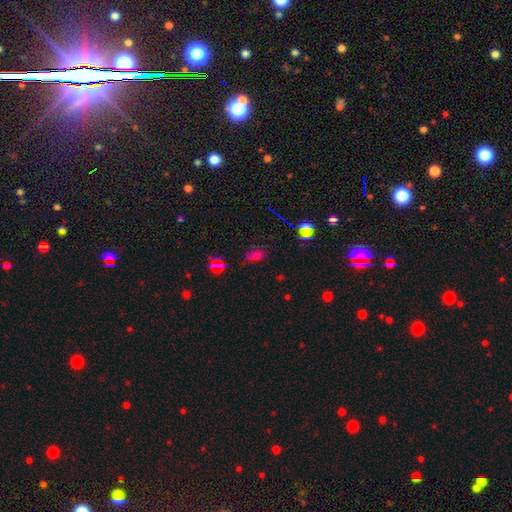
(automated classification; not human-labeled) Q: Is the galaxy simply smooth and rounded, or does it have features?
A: smooth — 49%.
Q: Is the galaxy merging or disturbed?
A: none — 64%.